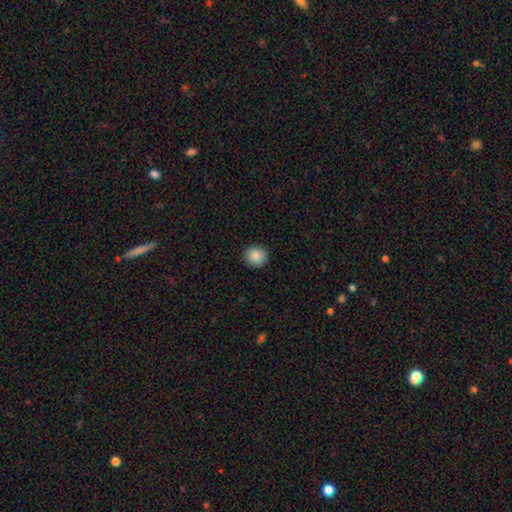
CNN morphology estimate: smooth 87%, star or artifact 9%, featured or disk 4%. Down the decision tree: how rounded — round (83%); merging — none (89%).